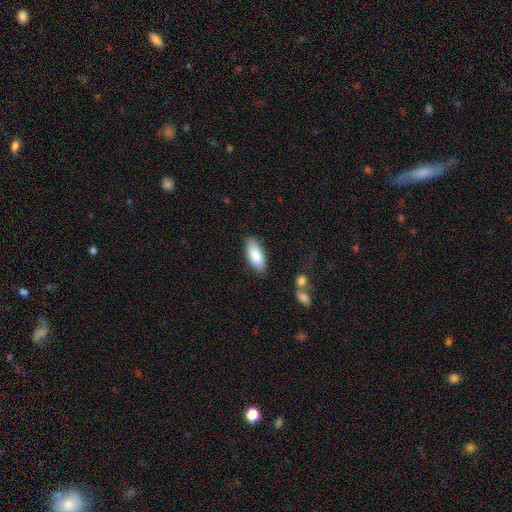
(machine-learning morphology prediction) The model was most divided on "how rounded": in between: 83%, cigar-shaped: 15%, round: 2%. More confident: smooth or featured — smooth (85%); merging — none (83%).